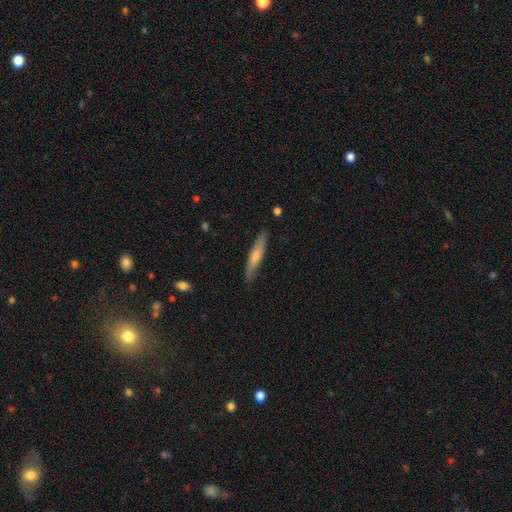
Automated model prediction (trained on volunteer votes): Morphology: type=smooth (61%); roundness=cigar-shaped (89%); merging=none (87%).